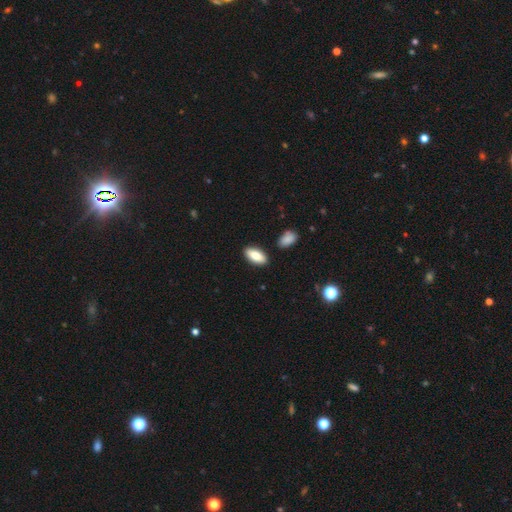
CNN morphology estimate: A smooth galaxy with no disk features (85%) that is in between round and cigar-shaped (89%).

Vote fractions:
- Smooth or featured? smooth: 85% / featured or disk: 9% / star or artifact: 6%
- How rounded? in between: 89% / cigar-shaped: 8% / round: 2%
- Merging? none: 87% / minor disturbance: 8% / merger: 3% / major disturbance: 2%